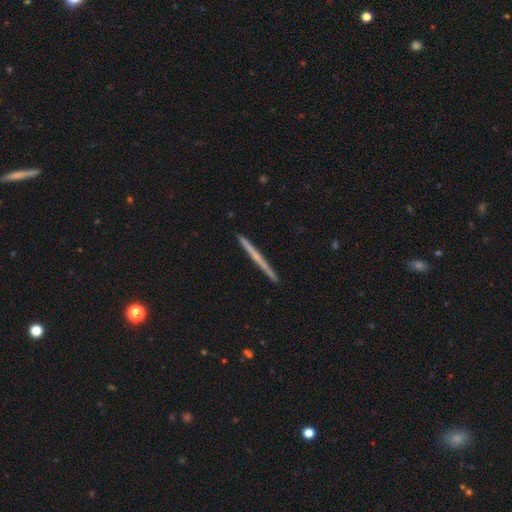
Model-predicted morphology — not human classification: A featured or disk galaxy (57%) viewed edge-on (98%) with no central bulge (76%).

Vote fractions:
- Smooth or featured? featured or disk: 57% / smooth: 37% / star or artifact: 6%
- Edge-on disk? yes: 98% / no: 2%
- Edge-on bulge? none: 76% / rounded: 20% / boxy: 4%
- Merging? none: 92% / minor disturbance: 6% / merger: 1% / major disturbance: 1%